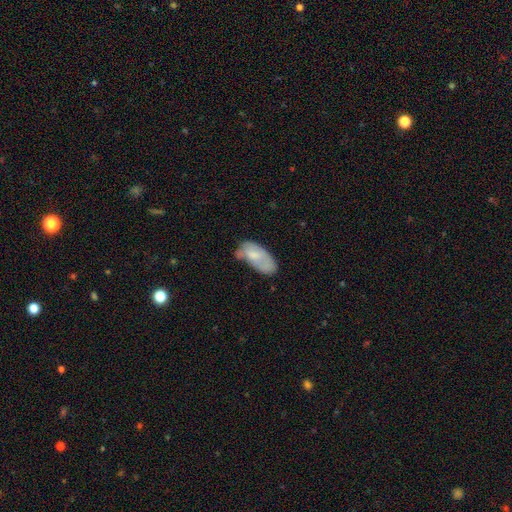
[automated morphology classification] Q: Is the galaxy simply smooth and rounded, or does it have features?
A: smooth — 68%.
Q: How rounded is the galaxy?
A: in between — 91%.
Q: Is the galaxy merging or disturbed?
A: minor disturbance — 38%.